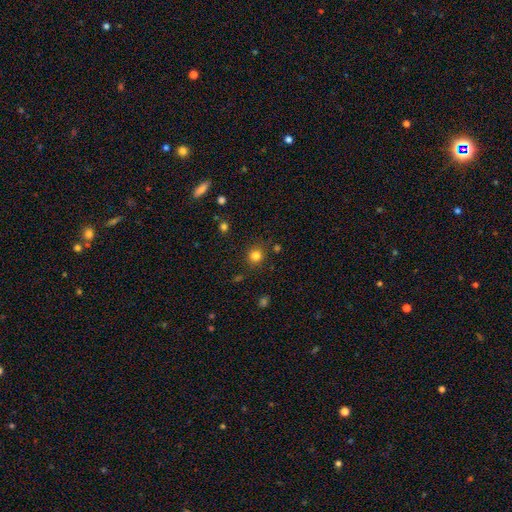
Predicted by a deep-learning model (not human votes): A smooth galaxy with no disk features (81%) that is round (89%). Merging: none (86%).